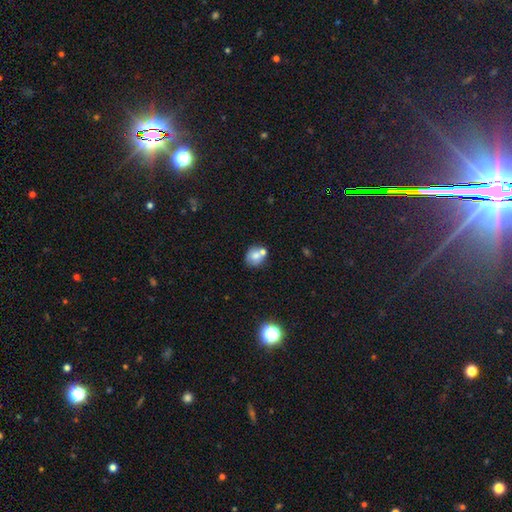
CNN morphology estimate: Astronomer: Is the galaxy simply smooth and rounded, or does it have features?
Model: smooth — 68%.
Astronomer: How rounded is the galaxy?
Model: round — 69%.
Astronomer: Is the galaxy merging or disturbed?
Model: none — 50% (runner-up: merger, 33%).